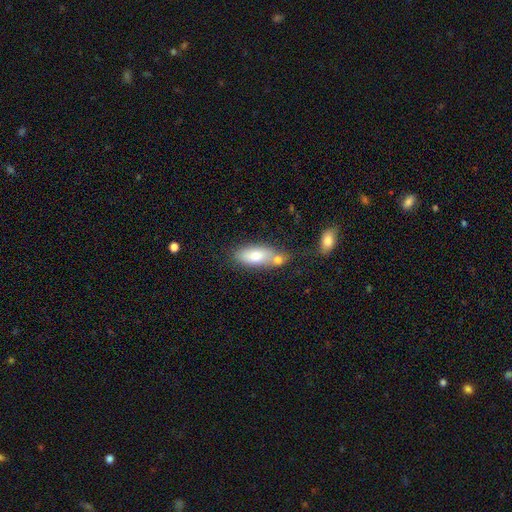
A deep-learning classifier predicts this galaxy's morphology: Q: Smooth or featured?
A: smooth (73%); runner-up: featured or disk (19%)
Q: How rounded?
A: in between (79%); runner-up: cigar-shaped (17%)
Q: Merging?
A: none (53%); runner-up: merger (28%)